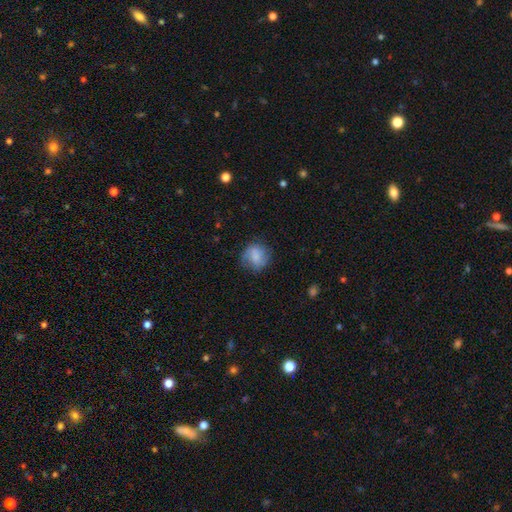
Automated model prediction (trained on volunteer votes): smooth 69%, featured or disk 23%, star or artifact 9%. Down the decision tree: how rounded — round (82%); merging — none (70%).